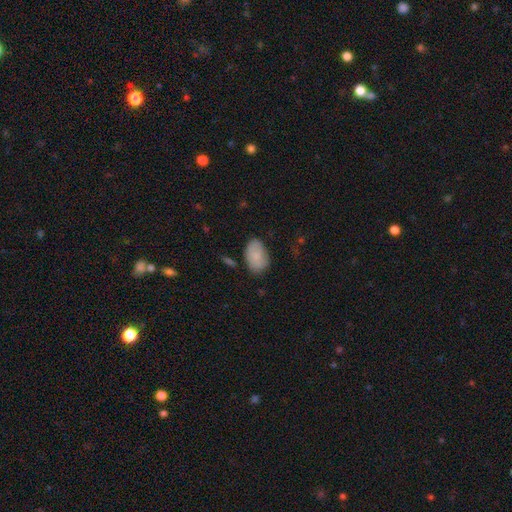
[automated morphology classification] This appears to be a smooth galaxy with no disk features (85%) that is in between round and cigar-shaped (92%). Merging: none (74%).